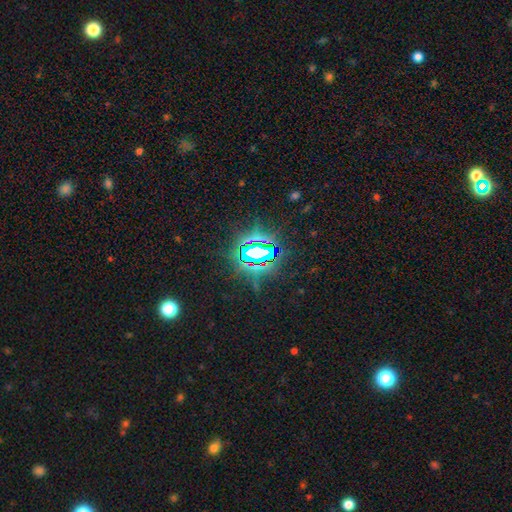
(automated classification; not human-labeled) Q: Smooth or featured?
A: star or artifact (81%); runner-up: smooth (11%)